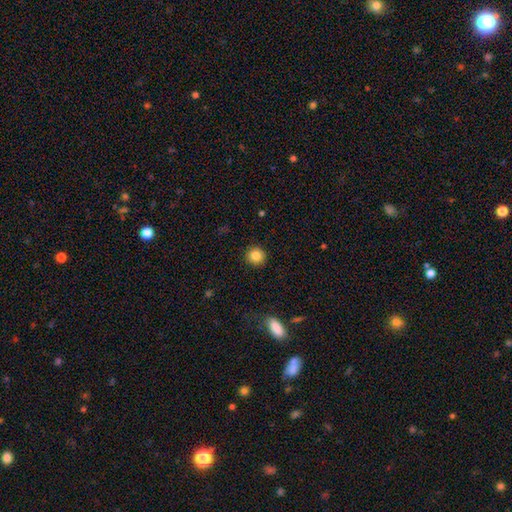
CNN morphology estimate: A smooth galaxy with no disk features (85%) that is round (93%). Merging: none (91%).